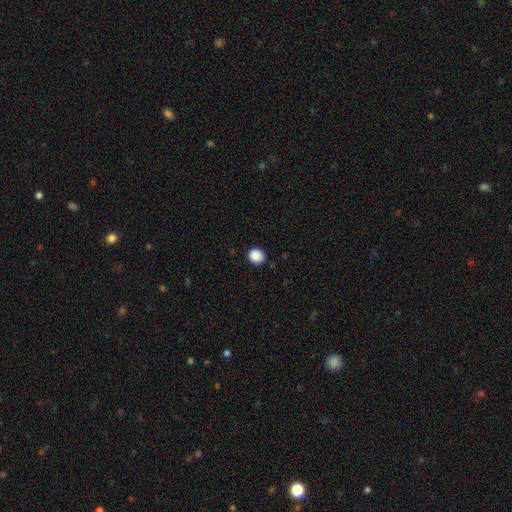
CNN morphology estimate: Smooth or featured?
  - smooth: 88% *
  - star or artifact: 9%
  - featured or disk: 2%
How rounded?
  - round: 91% *
  - in between: 8%
  - cigar-shaped: 1%
Merging?
  - none: 92% *
  - minor disturbance: 6%
  - major disturbance: 2%
  - merger: 1%